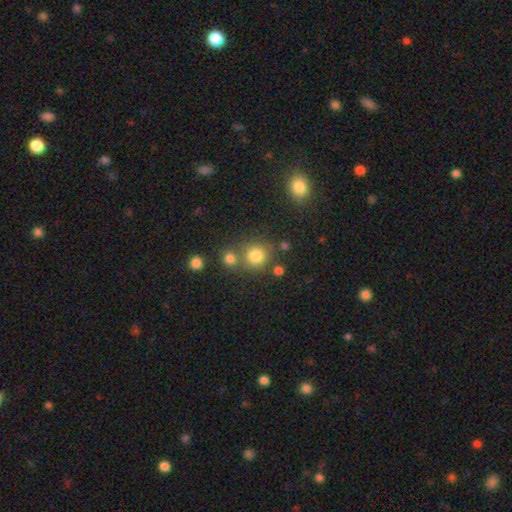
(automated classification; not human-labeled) Morphology: type=smooth (80%); roundness=round (89%); merging=none (68%).